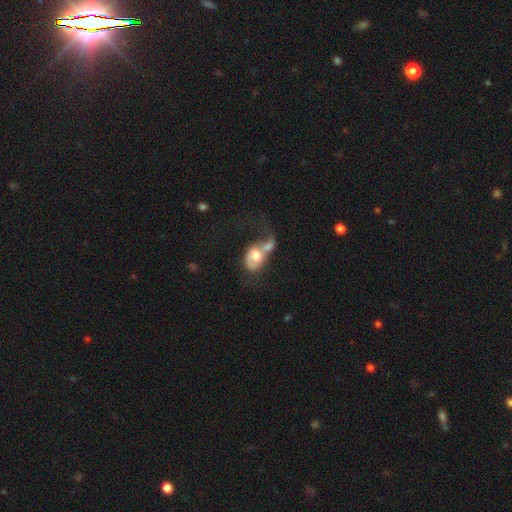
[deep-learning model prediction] Overall: smooth (55%; featured or disk 38%). How rounded: in between (66%; round 32%). Merging: merger (67%).